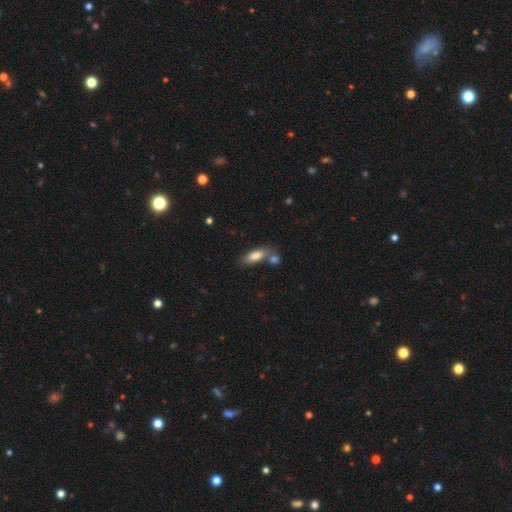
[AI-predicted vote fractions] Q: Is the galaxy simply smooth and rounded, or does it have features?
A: smooth — 80%.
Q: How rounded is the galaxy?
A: in between — 71%.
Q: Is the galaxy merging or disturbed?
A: none — 51%.